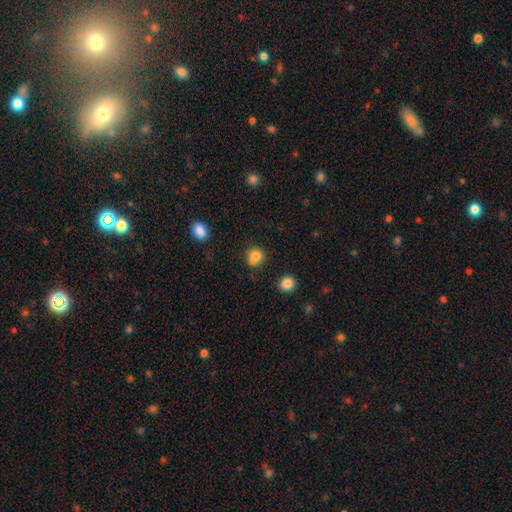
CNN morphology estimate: type=smooth (79%); roundness=round (83%); merging=none (58%).